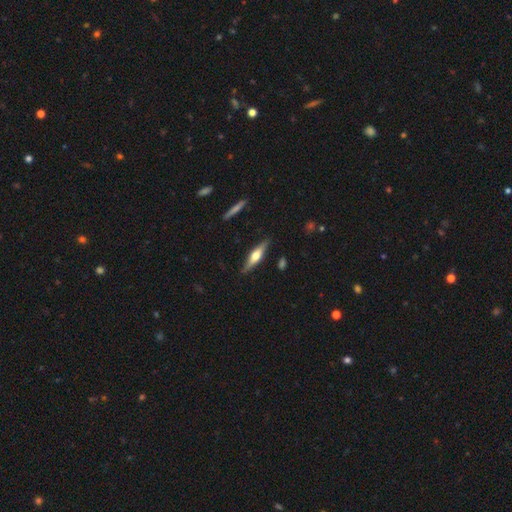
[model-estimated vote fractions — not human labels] This is likely a featured or disk galaxy (61%). It is clearly viewed edge-on (95%). Edge-on bulge: clearly rounded (91%). Merging: clearly none (86%).